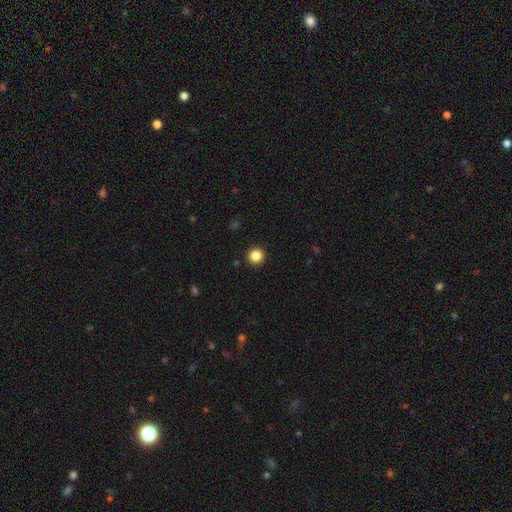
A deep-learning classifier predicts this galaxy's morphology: A smooth galaxy with no disk features (86%) that is round (96%).

Vote fractions:
- Smooth or featured? smooth: 86% / star or artifact: 11% / featured or disk: 3%
- How rounded? round: 96% / in between: 4% / cigar-shaped: 1%
- Merging? none: 93% / minor disturbance: 4% / major disturbance: 2% / merger: 1%